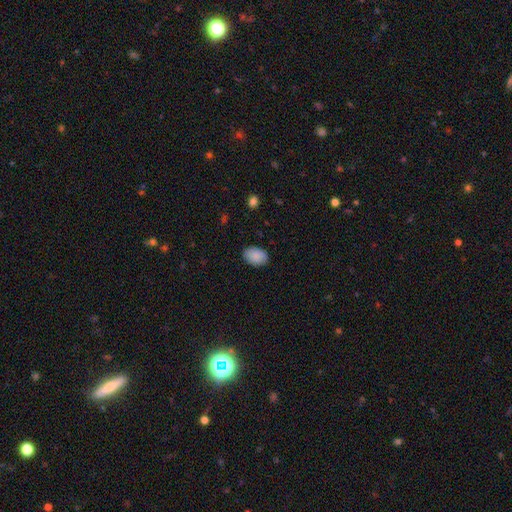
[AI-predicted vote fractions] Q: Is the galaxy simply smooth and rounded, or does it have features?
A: smooth — 89%.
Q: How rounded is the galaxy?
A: in between — 82%.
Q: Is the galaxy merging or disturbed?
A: none — 86%.